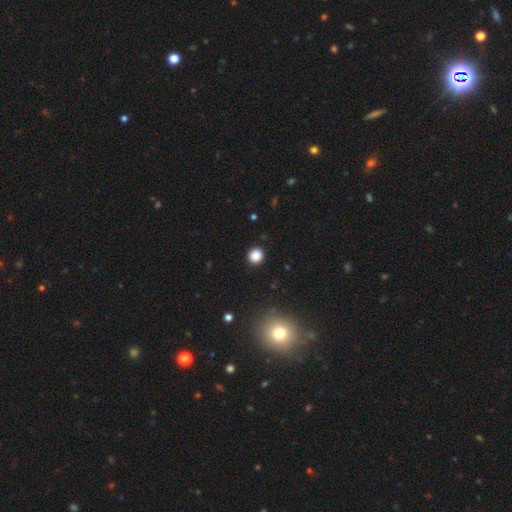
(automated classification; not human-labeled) smooth 86%, star or artifact 11%, featured or disk 3%. Down the decision tree: how rounded — round (87%); merging — none (91%).